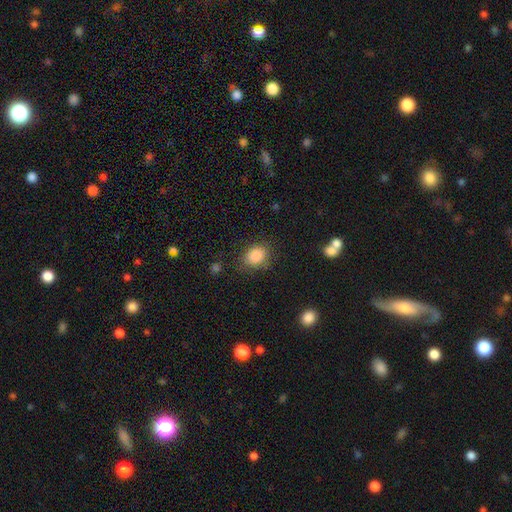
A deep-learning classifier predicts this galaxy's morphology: smooth 86%, star or artifact 9%, featured or disk 4%. Down the decision tree: how rounded — in between (50%); merging — none (78%).